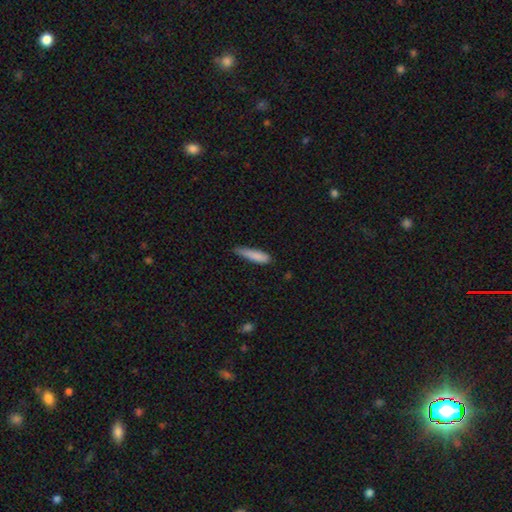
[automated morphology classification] A smooth galaxy with no disk features (84%) that is cigar-shaped (76%). Merging: none (52%).